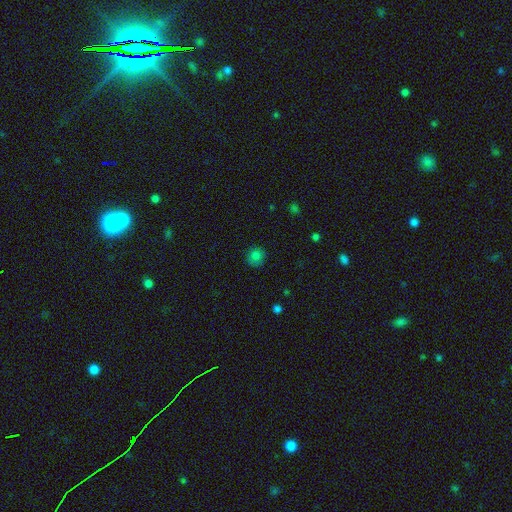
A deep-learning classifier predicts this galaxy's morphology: type=smooth (79%); roundness=round (91%); merging=none (86%).